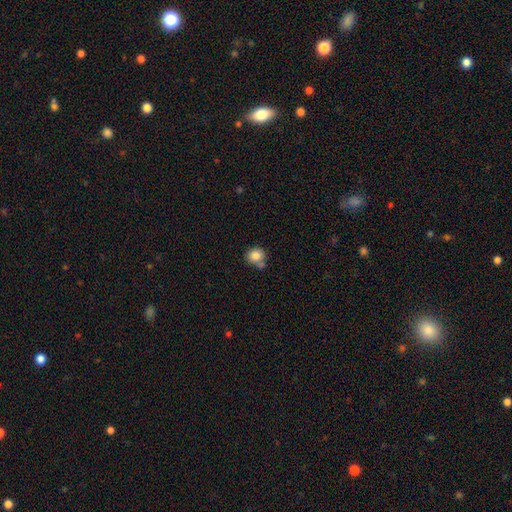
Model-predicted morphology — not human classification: type=smooth (83%); roundness=round (81%); merging=none (58%).